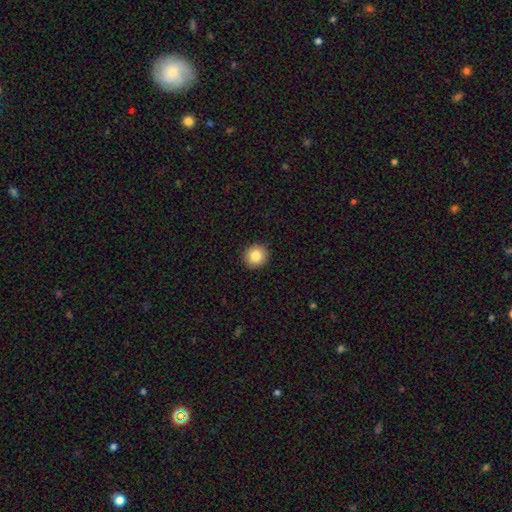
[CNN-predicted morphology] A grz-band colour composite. It shows a smooth galaxy with no disk features (84%) that is round (91%). Merging: none (93%).